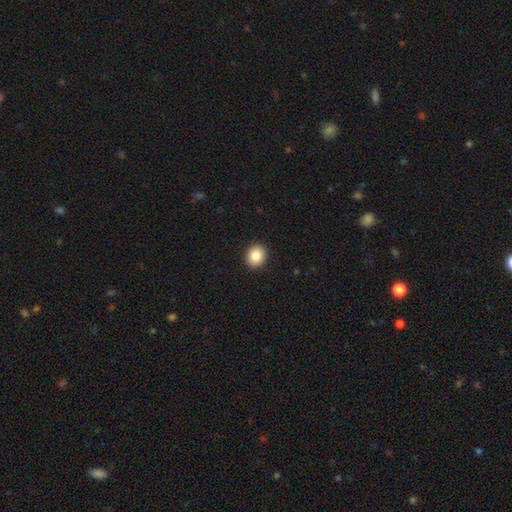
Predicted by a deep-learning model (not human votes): smooth 86%, star or artifact 8%, featured or disk 5%. Down the decision tree: how rounded — round (70%); merging — none (93%).